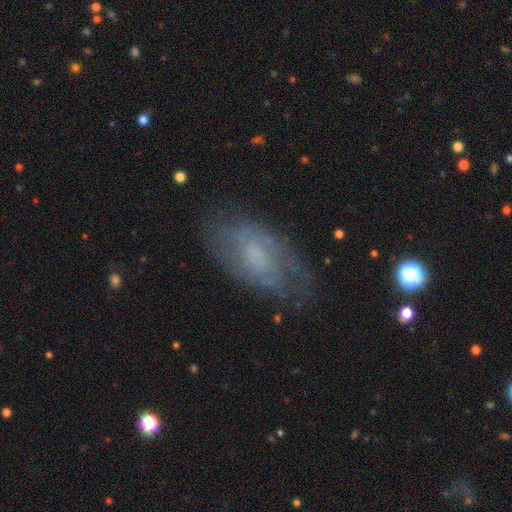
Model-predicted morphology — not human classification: type=featured or disk (57%); edge-on=no (92%); bar=no (64%); spiral arms=yes (70%); bulge=none (34%); merging=none (68%).